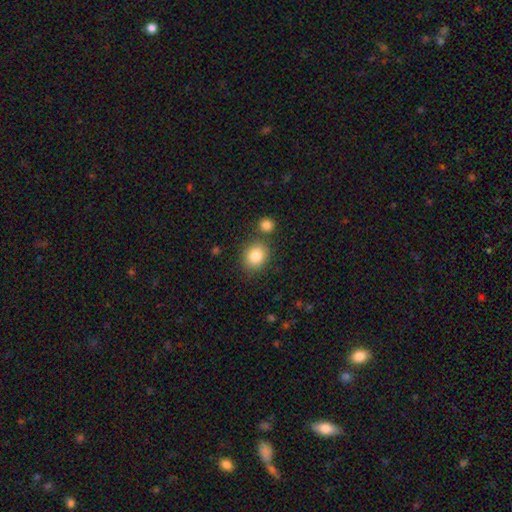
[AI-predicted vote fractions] Q: Smooth or featured?
A: smooth (85%); runner-up: star or artifact (9%)
Q: How rounded?
A: round (65%); runner-up: in between (34%)
Q: Merging?
A: none (75%); runner-up: merger (11%)